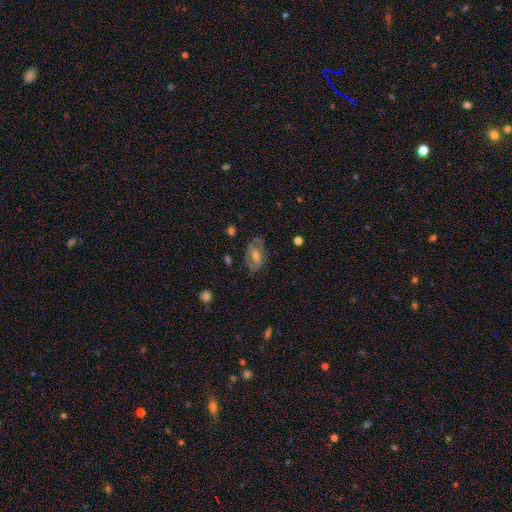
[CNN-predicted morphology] Overall: featured or disk (54%; smooth 37%). Edge-on disk: no (89%). Merging: none (64%).